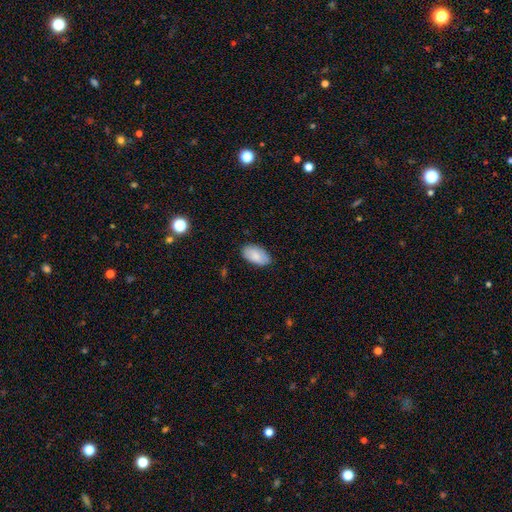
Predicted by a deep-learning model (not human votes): This is clearly a smooth galaxy (86%). How rounded: clearly in between (95%). Merging: clearly none (82%).